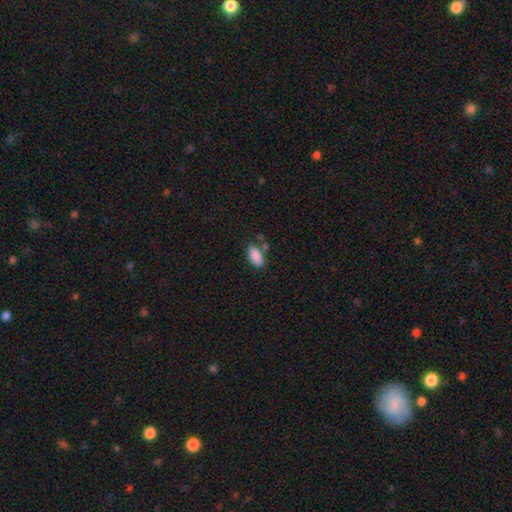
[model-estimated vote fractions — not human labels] Q: Smooth or featured?
A: smooth (88%); runner-up: star or artifact (7%)
Q: How rounded?
A: in between (93%); runner-up: cigar-shaped (4%)
Q: Merging?
A: none (70%); runner-up: minor disturbance (15%)